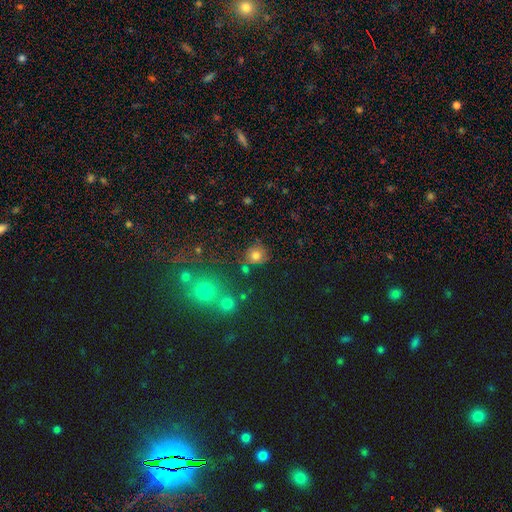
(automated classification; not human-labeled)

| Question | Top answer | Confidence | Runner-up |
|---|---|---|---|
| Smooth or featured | smooth | 77% | star or artifact (15%) |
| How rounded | round | 90% | in between (9%) |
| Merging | none | 78% | minor disturbance (11%) |